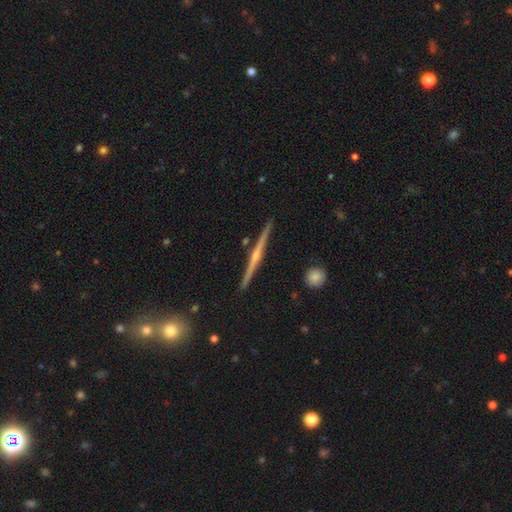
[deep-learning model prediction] Morphology: type=featured or disk (79%); edge-on=yes (98%); edge-on bulge=rounded (70%); merging=none (91%).